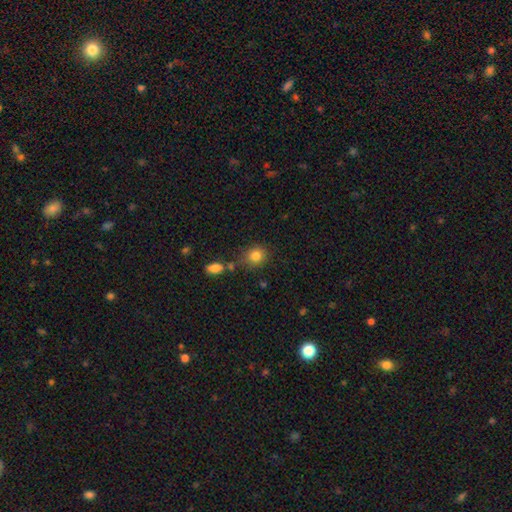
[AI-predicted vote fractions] Q: Smooth or featured?
A: smooth (83%); runner-up: star or artifact (11%)
Q: How rounded?
A: round (74%); runner-up: in between (24%)
Q: Merging?
A: none (72%); runner-up: minor disturbance (15%)